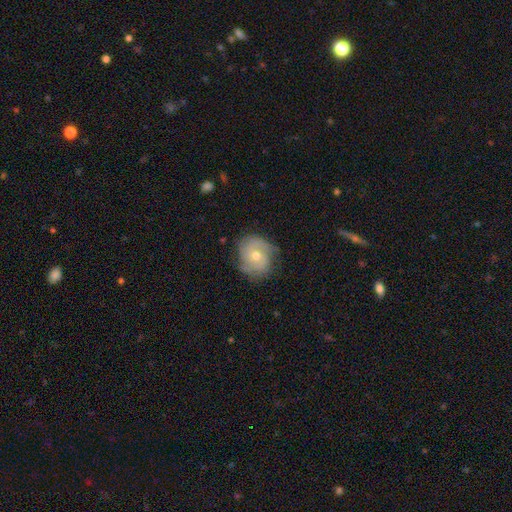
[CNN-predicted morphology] Smooth or featured: featured or disk — 63% (smooth — 29%)
Edge-on disk: no — 97% (yes — 3%)
Bar: no — 77% (weak — 19%)
Spiral arms: yes — 84% (no — 16%)
Spiral winding: tight — 52% (medium — 35%)
Spiral arm count: 2 — 42% (can't tell — 29%)
Bulge size: moderate — 59% (small — 37%)
Merging: none — 72% (minor disturbance — 21%)